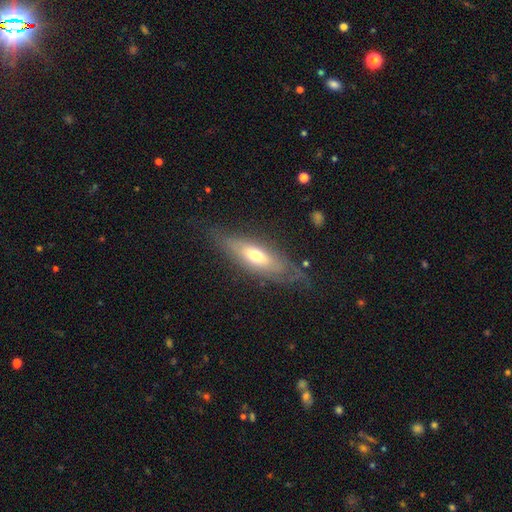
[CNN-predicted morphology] This appears to be a featured or disk galaxy (53%) viewed edge-on (52%). Merging: none (67%).